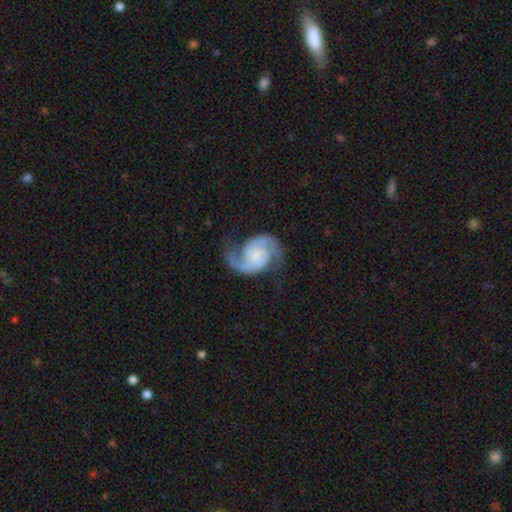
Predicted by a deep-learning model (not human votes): Smooth or featured? Predicted: featured or disk (p=0.92). Edge-on disk? Predicted: no (p=0.98). Bar? Predicted: no (p=0.65). Spiral arms? Predicted: yes (p=0.98). Spiral winding? Predicted: medium (p=0.57). Spiral arm count? Predicted: 2 (p=0.94). Bulge size? Predicted: small (p=0.40). Merging? Predicted: none (p=0.75).